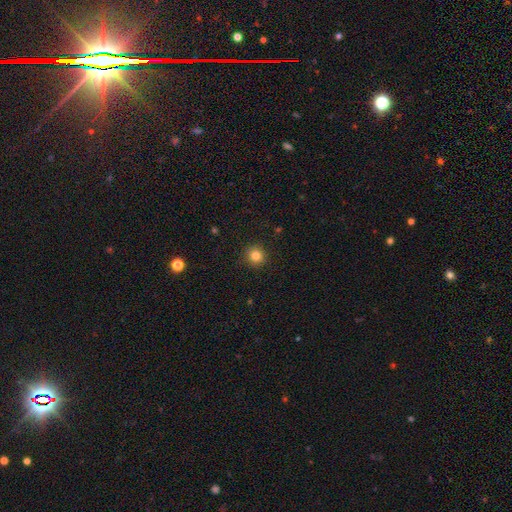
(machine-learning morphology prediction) This is clearly a smooth galaxy (82%). How rounded: clearly round (94%). Merging: clearly none (91%).